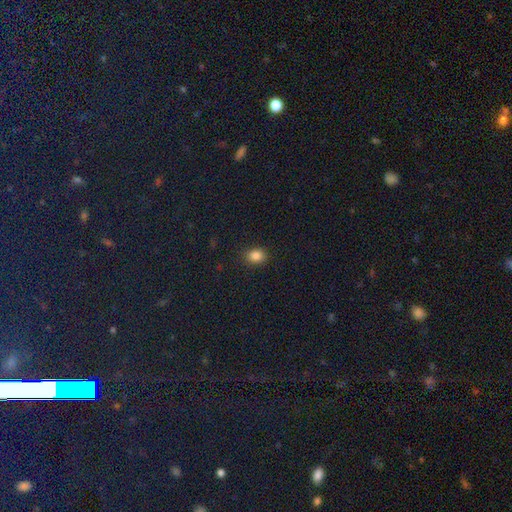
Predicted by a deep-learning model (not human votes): smooth_or_featured: smooth (p=0.84) [alt: star or artifact p=0.11]
how_rounded: in between (p=0.50) [alt: round p=0.49]
merging: none (p=0.88) [alt: minor disturbance p=0.09]